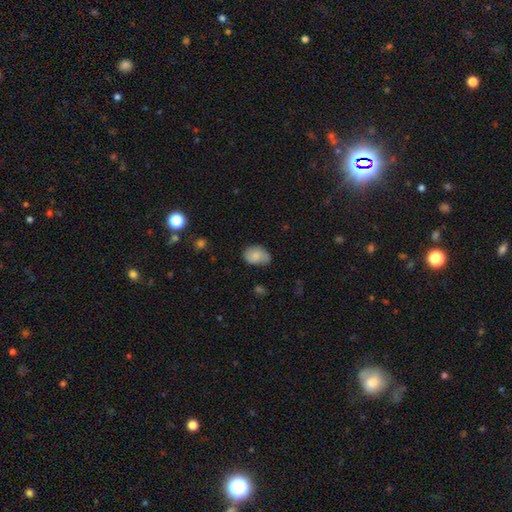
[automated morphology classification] smooth-or-featured: smooth: 81% | featured or disk: 11% | star or artifact: 8%
  how-rounded: in between: 81% | round: 18% | cigar-shaped: 1%
  merging: none: 64% | minor disturbance: 30% | major disturbance: 5% | merger: 2%